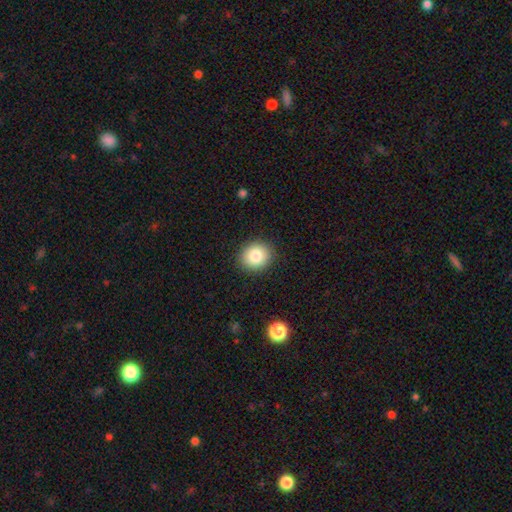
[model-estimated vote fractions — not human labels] smooth 83%, star or artifact 9%, featured or disk 8%. Down the decision tree: how rounded — round (80%); merging — none (90%).